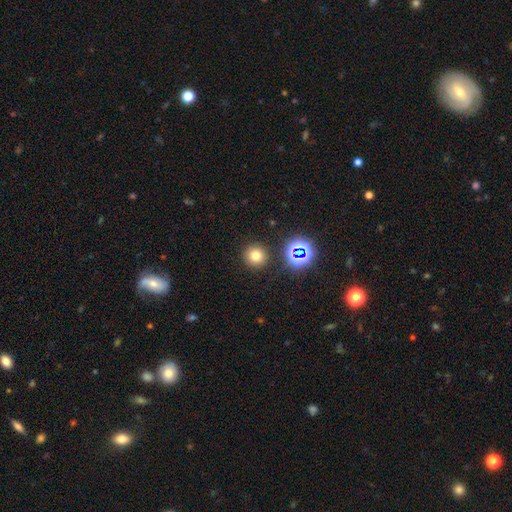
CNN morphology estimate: This appears to be a smooth galaxy with no disk features (73%) that is round (94%). Merging: none (89%).